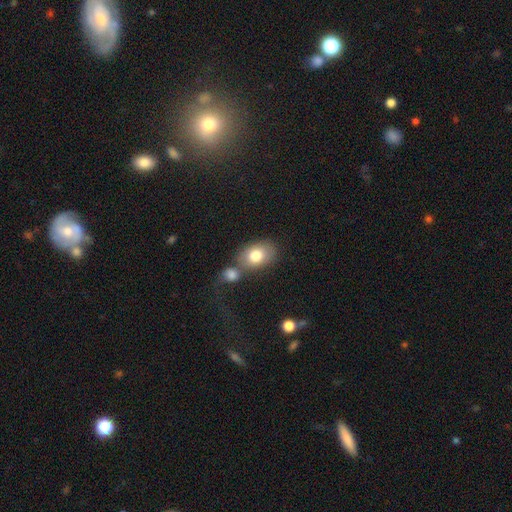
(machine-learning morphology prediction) A smooth galaxy with no disk features (79%) that is in between round and cigar-shaped (77%).

Vote fractions:
- Smooth or featured? smooth: 79% / featured or disk: 14% / star or artifact: 8%
- How rounded? in between: 77% / round: 21% / cigar-shaped: 1%
- Merging? none: 47% / merger: 33% / minor disturbance: 13% / major disturbance: 7%